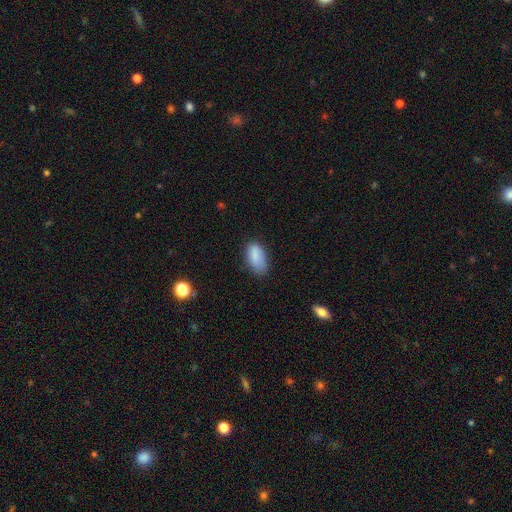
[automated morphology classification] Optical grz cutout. It shows a smooth galaxy with no disk features (86%) that is in between round and cigar-shaped (92%). Merging: none (69%).